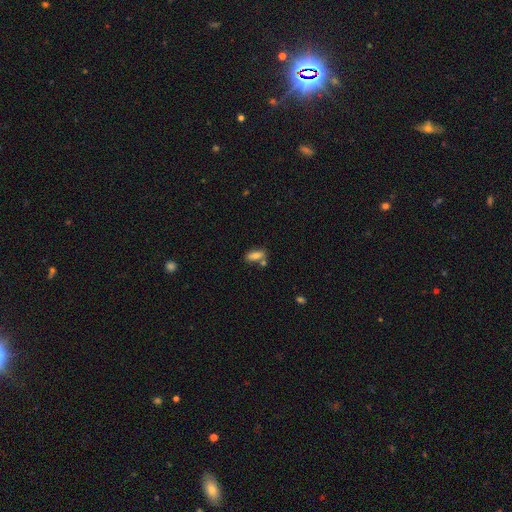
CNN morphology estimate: The model was most divided on "merging": none: 64%, merger: 18%, minor disturbance: 15%, major disturbance: 4%. More confident: how rounded — in between (79%); smooth or featured — smooth (78%).